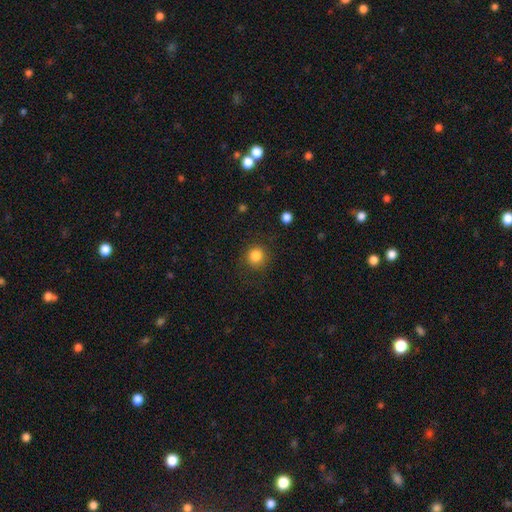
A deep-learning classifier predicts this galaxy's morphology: The model was most divided on "smooth or featured": smooth: 84%, star or artifact: 11%, featured or disk: 4%. More confident: how rounded — round (91%); merging — none (86%).